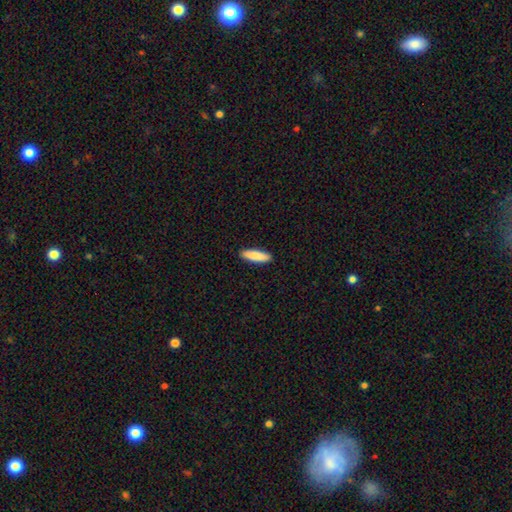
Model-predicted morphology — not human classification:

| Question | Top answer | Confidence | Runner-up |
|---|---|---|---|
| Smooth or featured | smooth | 87% | featured or disk (8%) |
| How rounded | cigar-shaped | 70% | in between (29%) |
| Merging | none | 91% | minor disturbance (6%) |